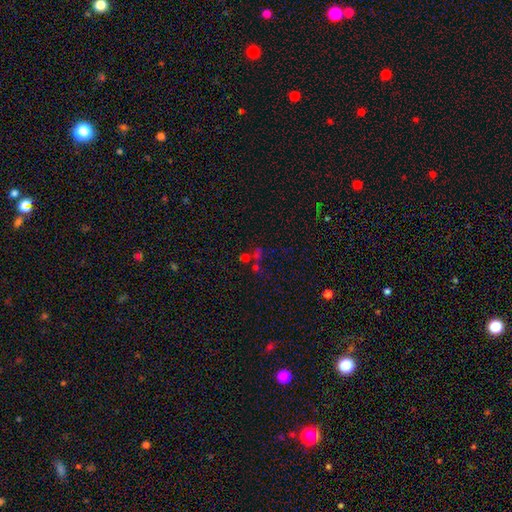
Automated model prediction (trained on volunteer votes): The model was most divided on "smooth or featured": star or artifact: 46%, smooth: 41%, featured or disk: 13%.